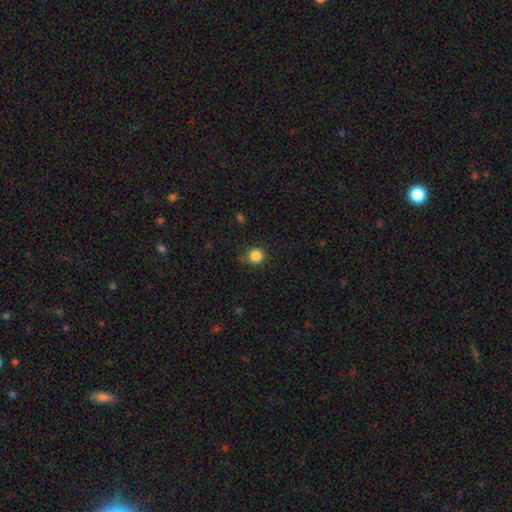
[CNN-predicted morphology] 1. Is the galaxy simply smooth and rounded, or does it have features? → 85% smooth, 11% star or artifact, 4% featured or disk.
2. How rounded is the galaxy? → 93% round, 6% in between, 1% cigar-shaped.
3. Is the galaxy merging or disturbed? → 83% none, 12% minor disturbance, 3% major disturbance, 1% merger.